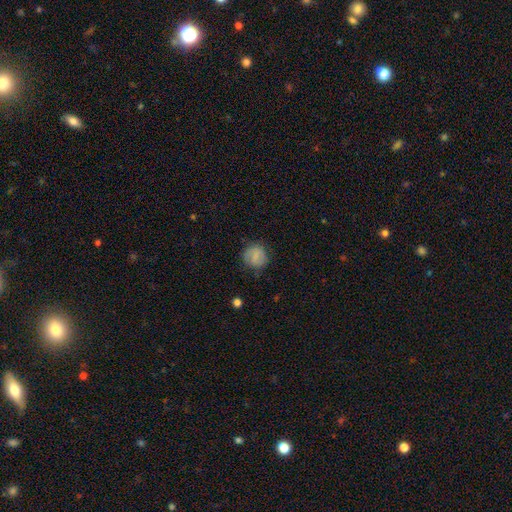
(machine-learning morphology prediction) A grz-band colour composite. It shows a smooth galaxy with no disk features (70%) that is round (83%). Merging: none (72%).